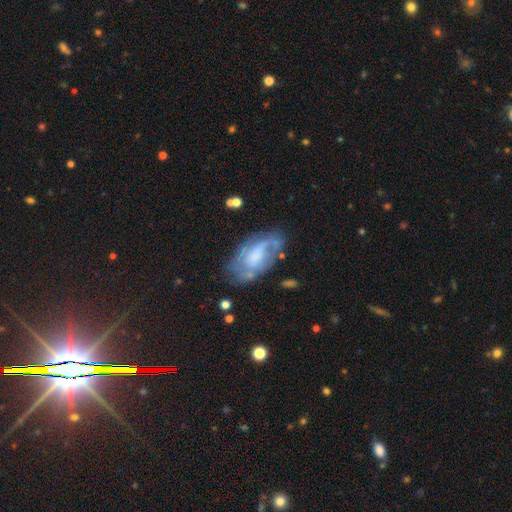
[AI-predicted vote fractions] smooth_or_featured: featured or disk (p=0.67) [alt: smooth p=0.25]
disk_edge_on: no (p=0.94) [alt: yes p=0.06]
bar: no (p=0.58) [alt: weak p=0.34]
has_spiral_arms: yes (p=0.78) [alt: no p=0.22]
bulge_size: moderate (p=0.30) [alt: none p=0.29]
merging: none (p=0.59) [alt: minor disturbance p=0.23]